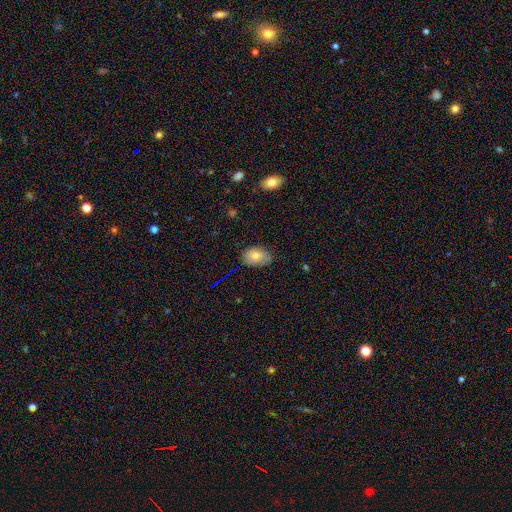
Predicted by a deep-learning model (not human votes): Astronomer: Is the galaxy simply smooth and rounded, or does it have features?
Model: smooth — 77%.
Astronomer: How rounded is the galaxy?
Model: in between — 86%.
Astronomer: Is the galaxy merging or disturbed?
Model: none — 70%.